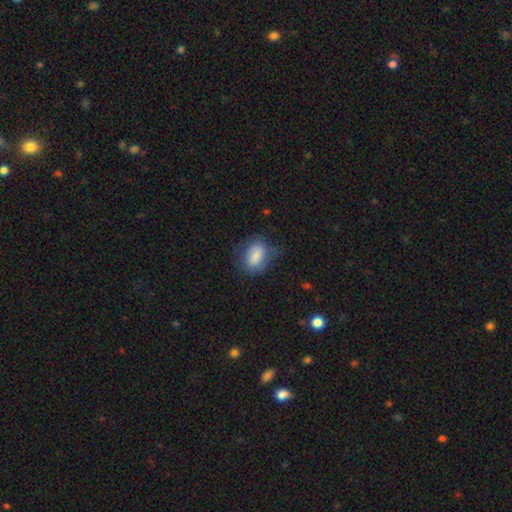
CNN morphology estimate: Overall: smooth (81%). How rounded: in between (82%). Merging: none (62%; minor disturbance 25%).